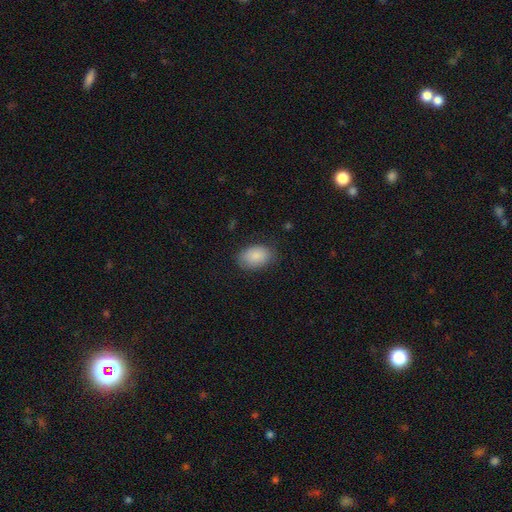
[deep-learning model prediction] Smooth or featured? Predicted: smooth (p=0.87). How rounded? Predicted: in between (p=0.86). Merging? Predicted: none (p=0.78).